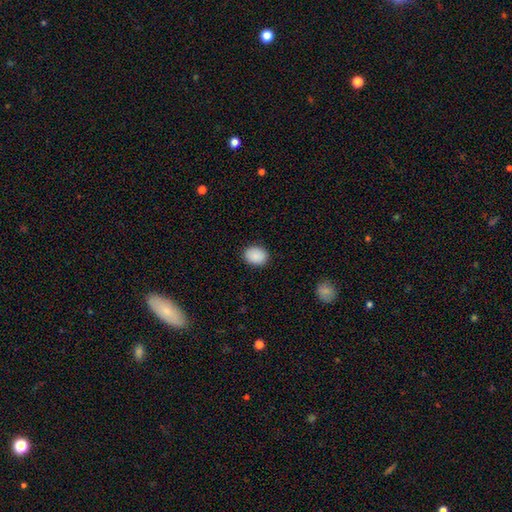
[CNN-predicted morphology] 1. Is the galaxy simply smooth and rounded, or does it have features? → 90% smooth, 7% star or artifact, 3% featured or disk.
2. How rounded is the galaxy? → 57% in between, 42% round, 1% cigar-shaped.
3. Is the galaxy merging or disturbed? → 90% none, 7% minor disturbance, 2% major disturbance, 1% merger.